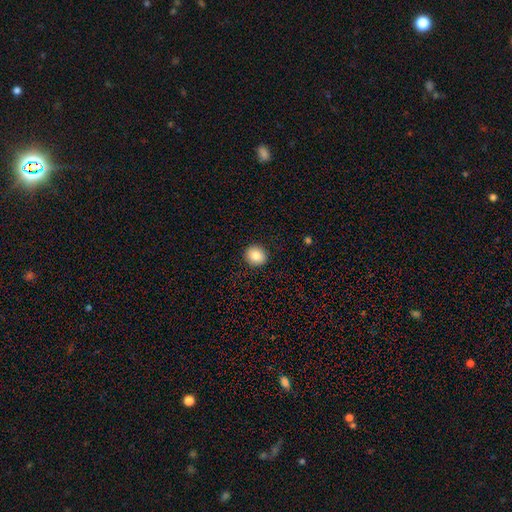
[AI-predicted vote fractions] This appears to be a smooth galaxy with no disk features (85%) that is round (85%). Merging: none (91%).